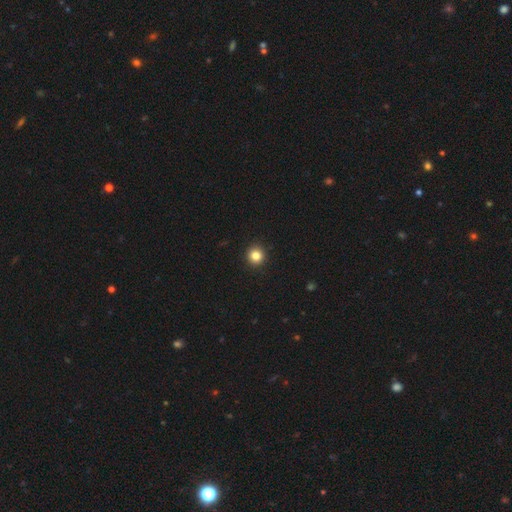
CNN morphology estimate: Smooth or featured? smooth (84%)
How rounded? round (94%)
Merging? none (93%)